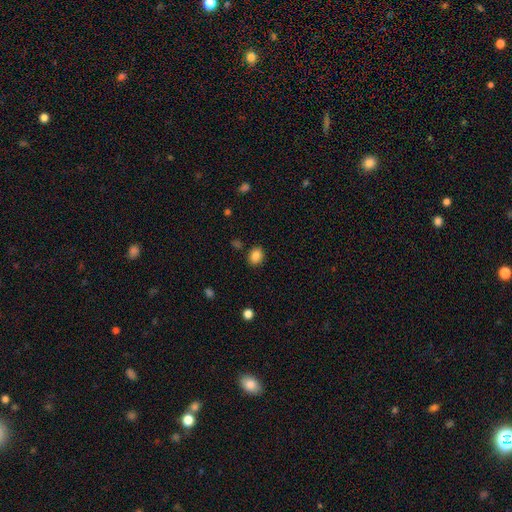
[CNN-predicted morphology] Smooth or featured: smooth — 85% (star or artifact — 10%)
How rounded: round — 52% (in between — 47%)
Merging: none — 85% (minor disturbance — 10%)